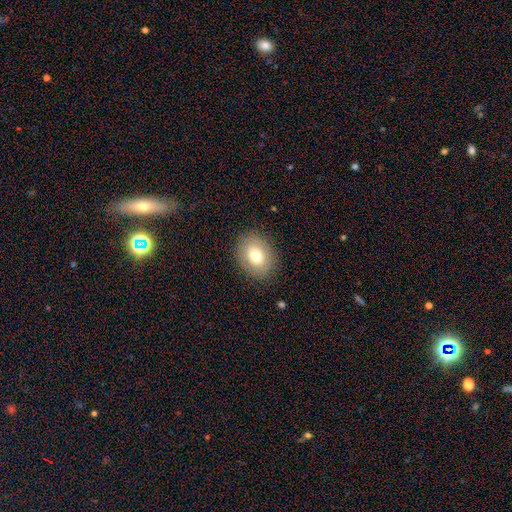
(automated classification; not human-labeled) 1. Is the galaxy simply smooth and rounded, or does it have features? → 74% smooth, 17% featured or disk, 10% star or artifact.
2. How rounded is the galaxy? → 56% in between, 43% round, 1% cigar-shaped.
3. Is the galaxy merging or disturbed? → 87% none, 9% minor disturbance, 3% major disturbance, 1% merger.